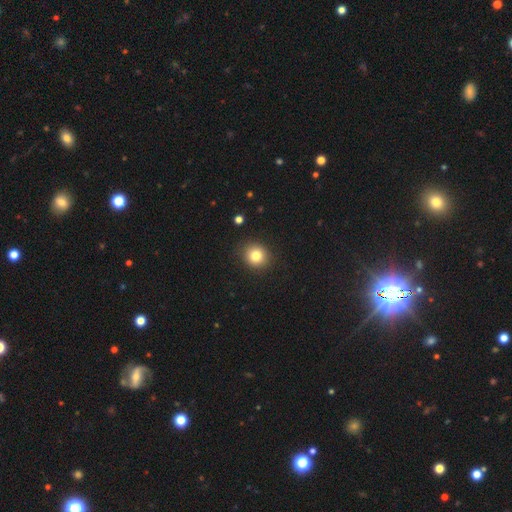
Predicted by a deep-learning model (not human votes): smooth-or-featured: smooth: 82% | star or artifact: 11% | featured or disk: 7%
  how-rounded: round: 83% | in between: 16% | cigar-shaped: 1%
  merging: none: 89% | minor disturbance: 7% | major disturbance: 2% | merger: 1%